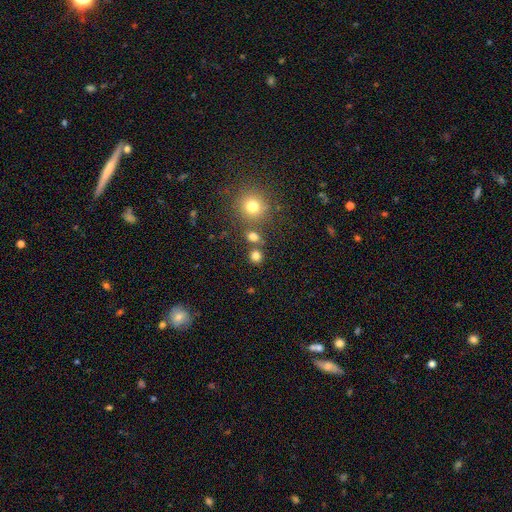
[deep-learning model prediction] The model was most divided on "merging": none: 73%, merger: 16%, minor disturbance: 8%, major disturbance: 3%. More confident: how rounded — round (84%); smooth or featured — smooth (78%).